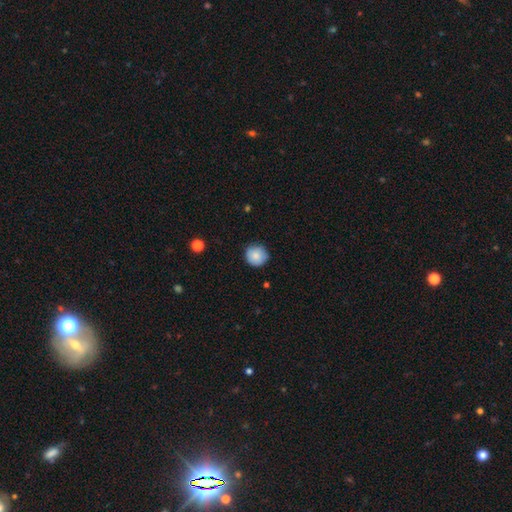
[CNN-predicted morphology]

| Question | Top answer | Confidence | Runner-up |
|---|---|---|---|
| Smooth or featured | smooth | 84% | featured or disk (8%) |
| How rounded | round | 94% | in between (5%) |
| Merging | none | 84% | minor disturbance (13%) |